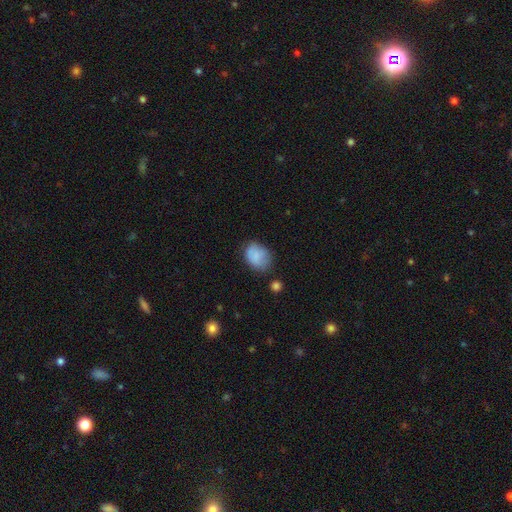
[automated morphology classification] type=smooth (81%); roundness=in between (66%); merging=none (56%).